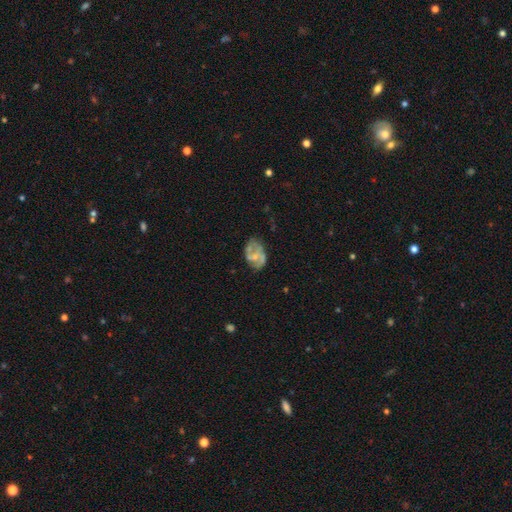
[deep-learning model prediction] Overall: featured or disk (65%; smooth 27%). Edge-on disk: no (98%). Bar: no (60%; weak 32%). Spiral arms: yes (58%; no 42%). Bulge size: small (49%; moderate 26%). Merging: none (51%; minor disturbance 26%).